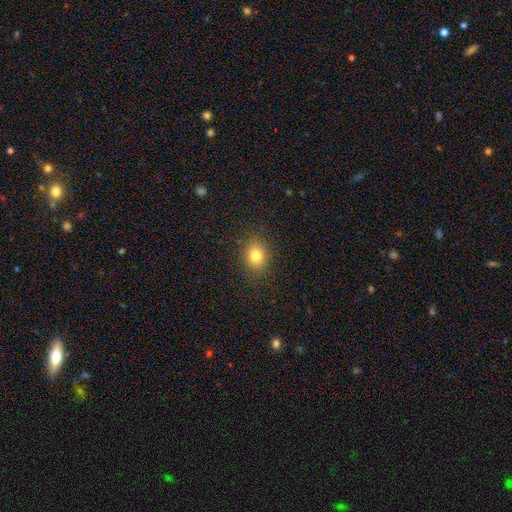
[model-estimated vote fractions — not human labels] A smooth galaxy with no disk features (79%) that is round (58%). Merging: none (87%).